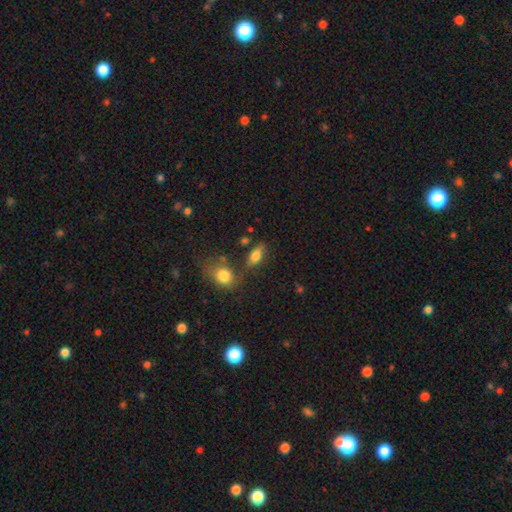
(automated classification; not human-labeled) Overall: smooth (77%). How rounded: in between (82%). Merging: none (64%).